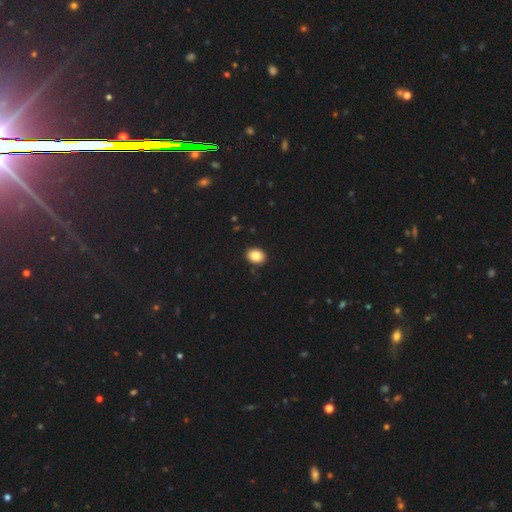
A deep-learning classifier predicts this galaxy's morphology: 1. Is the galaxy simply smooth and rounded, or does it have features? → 85% smooth, 9% star or artifact, 6% featured or disk.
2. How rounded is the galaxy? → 65% in between, 34% round, 1% cigar-shaped.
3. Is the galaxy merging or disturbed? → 89% none, 8% minor disturbance, 2% major disturbance, 1% merger.